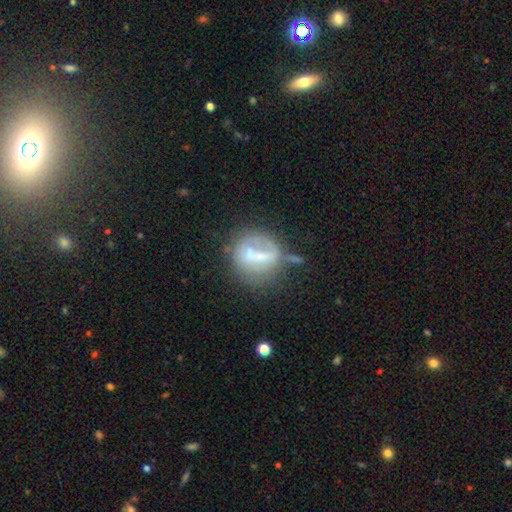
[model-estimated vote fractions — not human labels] Smooth or featured? featured or disk (50%)
Edge-on disk? no (93%)
Merging? none (42%)